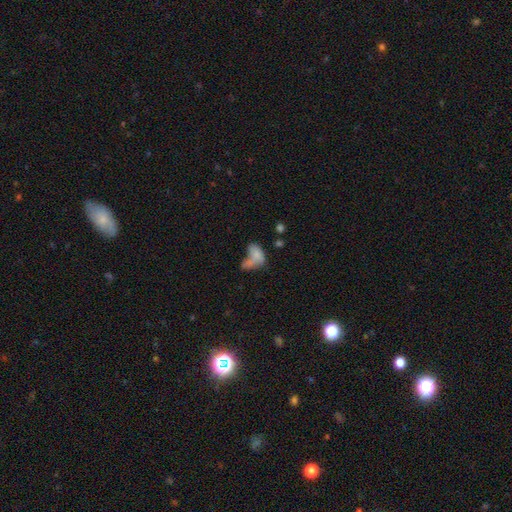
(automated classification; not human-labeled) Q: Smooth or featured?
A: smooth (65%); runner-up: featured or disk (23%)
Q: How rounded?
A: in between (86%); runner-up: round (9%)
Q: Merging?
A: merger (43%); runner-up: major disturbance (23%)